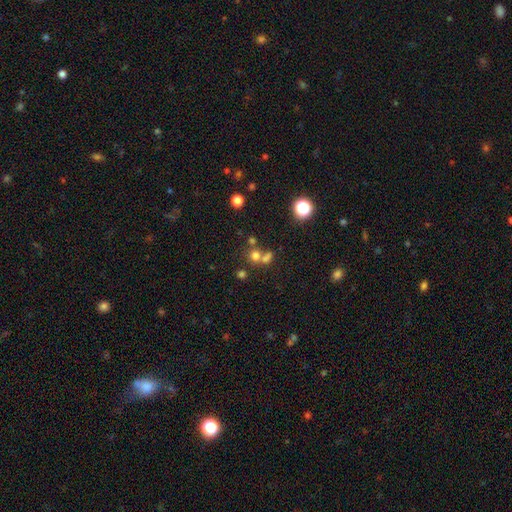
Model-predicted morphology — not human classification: smooth_or_featured: smooth (p=0.67) [alt: star or artifact p=0.21]
how_rounded: round (p=0.85) [alt: in between p=0.14]
merging: none (p=0.50) [alt: merger p=0.39]